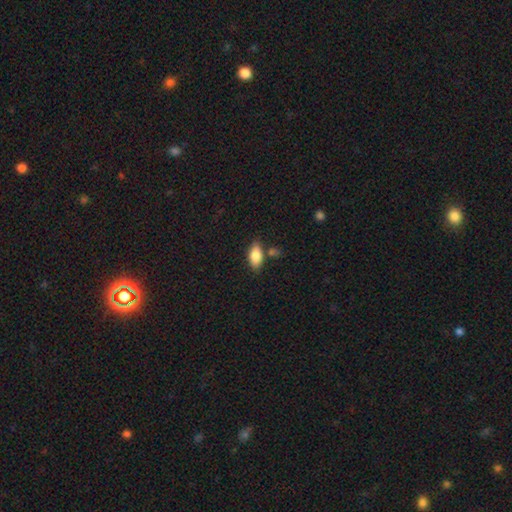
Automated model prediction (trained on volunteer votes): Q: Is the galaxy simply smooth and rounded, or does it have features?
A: smooth — 83%.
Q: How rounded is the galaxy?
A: in between — 89%.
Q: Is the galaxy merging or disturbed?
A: none — 72%.